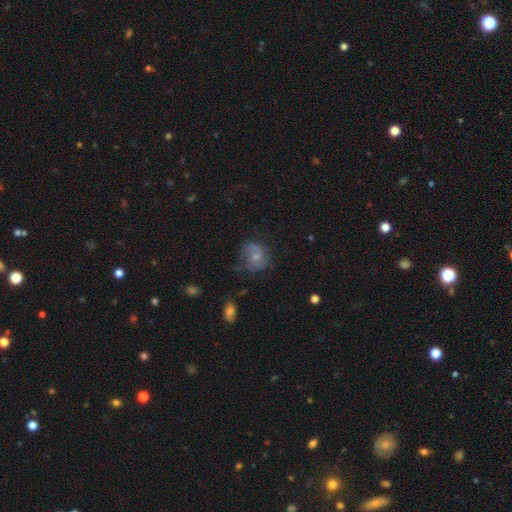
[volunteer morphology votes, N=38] Smooth or featured: featured or disk — 58% (smooth — 34%)
Edge-on disk: no — 91% (yes — 9%)
Bar: weak — 50% (no — 45%)
Spiral arms: yes — 80% (no — 20%)
Spiral winding: medium — 62% (tight — 31%)
Spiral arm count: 2 — 38% (tied with can't tell — 38%)
Bulge size: small — 60% (moderate — 20%)
Merging: none — 63% (minor disturbance — 23%)